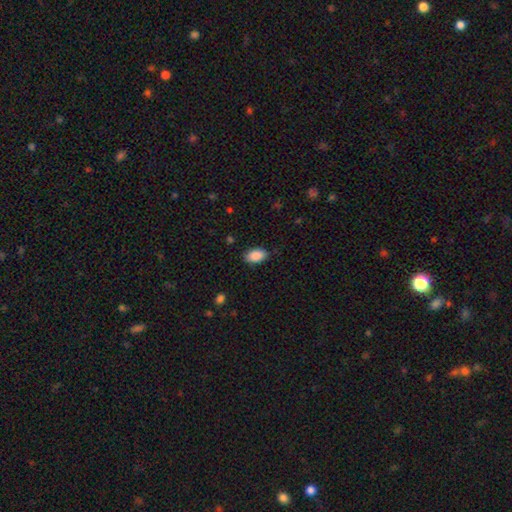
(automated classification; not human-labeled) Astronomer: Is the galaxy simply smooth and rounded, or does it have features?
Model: smooth — 89%.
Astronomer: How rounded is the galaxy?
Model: in between — 92%.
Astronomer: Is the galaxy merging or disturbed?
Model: none — 85%.